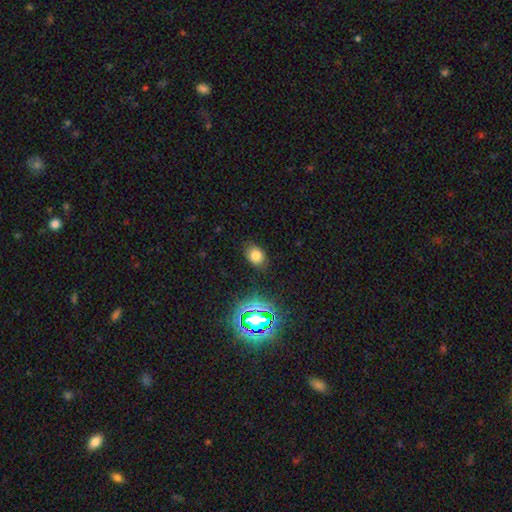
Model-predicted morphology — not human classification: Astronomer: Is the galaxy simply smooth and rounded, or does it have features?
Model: smooth — 74%.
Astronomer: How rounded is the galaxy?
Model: in between — 62%.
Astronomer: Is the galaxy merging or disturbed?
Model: none — 82%.